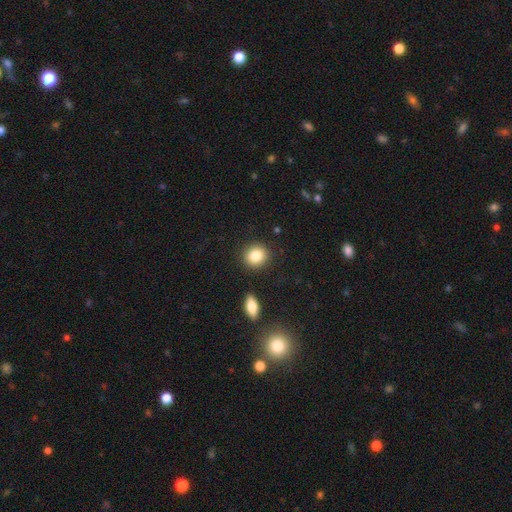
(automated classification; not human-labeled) The model was most divided on "how rounded": round: 78%, in between: 21%, cigar-shaped: 1%. More confident: merging — none (88%); smooth or featured — smooth (85%).